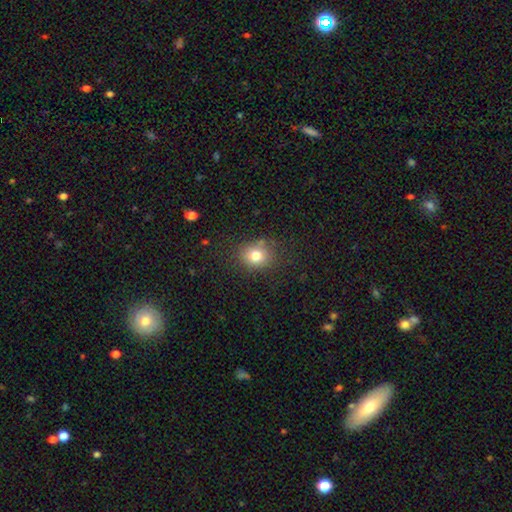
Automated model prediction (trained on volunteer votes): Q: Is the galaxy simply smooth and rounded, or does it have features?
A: smooth — 78%.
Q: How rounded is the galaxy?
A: round — 68%.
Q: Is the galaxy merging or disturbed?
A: none — 75%.